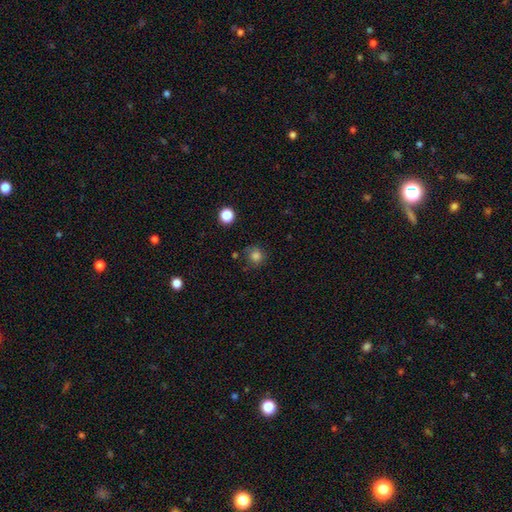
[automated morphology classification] smooth_or_featured: smooth (p=0.81) [alt: star or artifact p=0.13]
how_rounded: round (p=0.90) [alt: in between p=0.10]
merging: none (p=0.76) [alt: minor disturbance p=0.16]